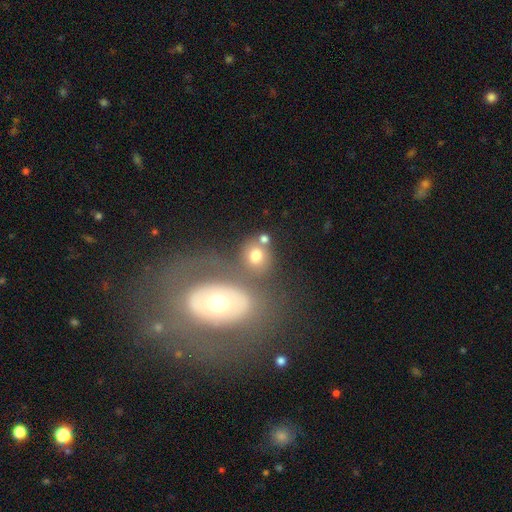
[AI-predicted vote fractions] Q: Smooth or featured?
A: smooth (68%); runner-up: featured or disk (20%)
Q: How rounded?
A: round (71%); runner-up: in between (27%)
Q: Merging?
A: none (50%); runner-up: merger (32%)